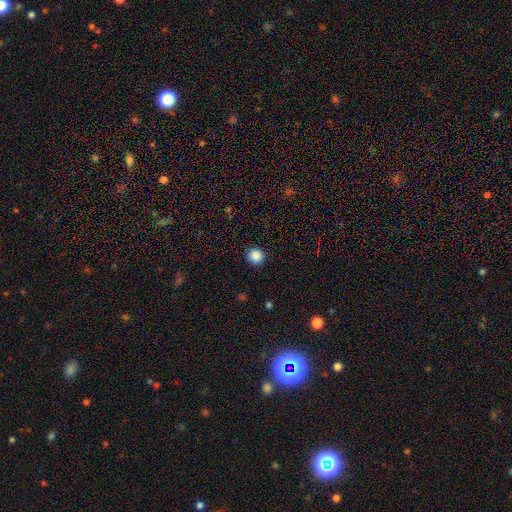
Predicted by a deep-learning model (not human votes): Overall: smooth (87%). How rounded: round (95%). Merging: none (92%).